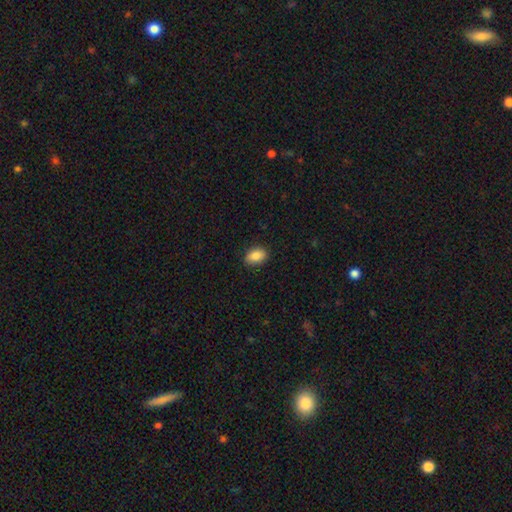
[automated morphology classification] smooth_or_featured: smooth (p=0.88) [alt: star or artifact p=0.08]
how_rounded: in between (p=0.85) [alt: round p=0.13]
merging: none (p=0.87) [alt: minor disturbance p=0.10]